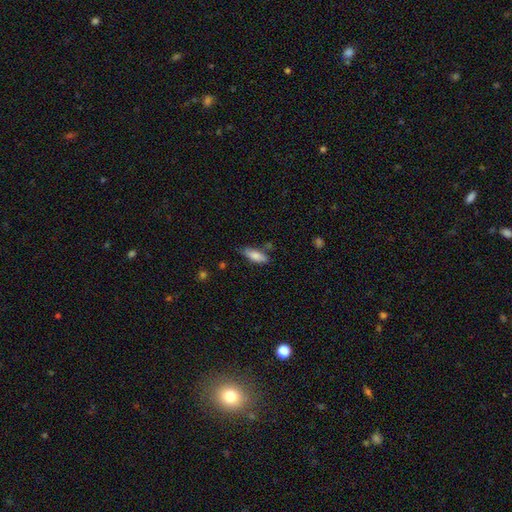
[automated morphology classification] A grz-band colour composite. It shows a smooth galaxy with no disk features (79%) that is in between round and cigar-shaped (64%). Merging: none (68%).